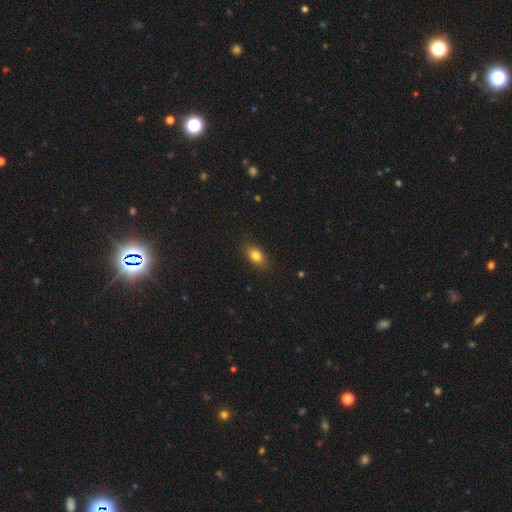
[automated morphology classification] The model was most divided on "how rounded": in between: 83%, round: 12%, cigar-shaped: 5%. More confident: merging — none (85%); smooth or featured — smooth (81%).